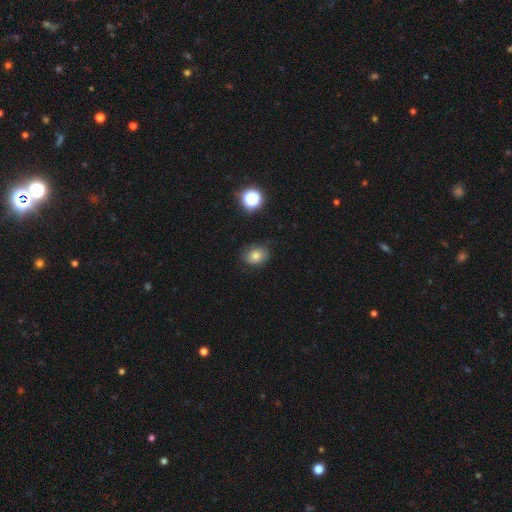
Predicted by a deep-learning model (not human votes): Overall: smooth (68%). How rounded: round (54%; in between 45%). Merging: none (72%).